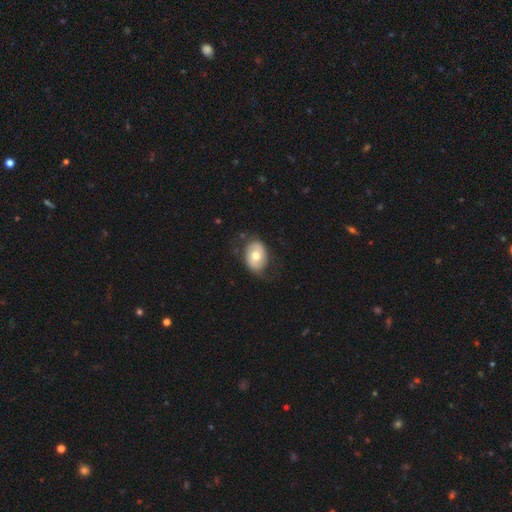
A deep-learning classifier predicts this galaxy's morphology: This appears to be a smooth galaxy with no disk features (61%) that is in between round and cigar-shaped (76%). Merging: none (66%).